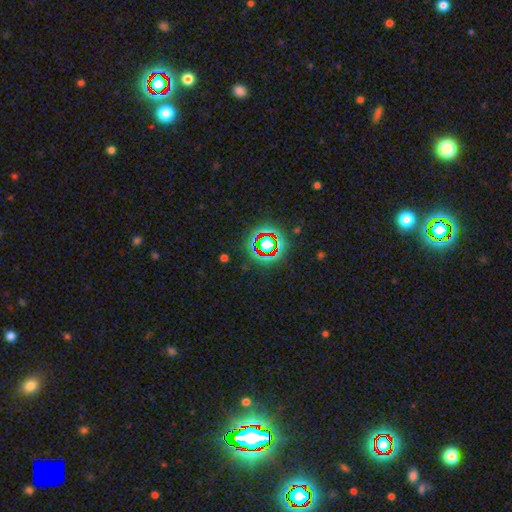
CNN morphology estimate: The model was most divided on "smooth or featured": star or artifact: 75%, smooth: 13%, featured or disk: 12%.